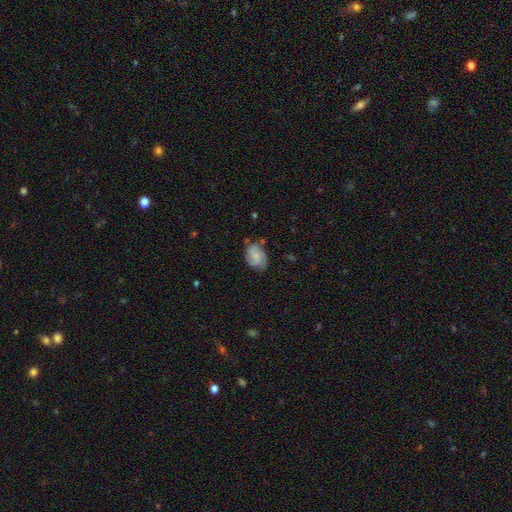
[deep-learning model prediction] Smooth or featured? smooth (51%)
How rounded? in between (79%)
Merging? none (61%)